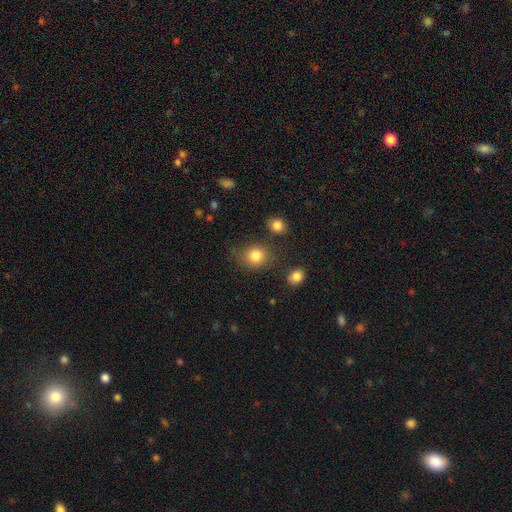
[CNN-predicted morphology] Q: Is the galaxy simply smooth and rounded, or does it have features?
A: smooth — 82%.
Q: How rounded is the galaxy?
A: round — 71%.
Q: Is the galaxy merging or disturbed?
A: none — 67%.